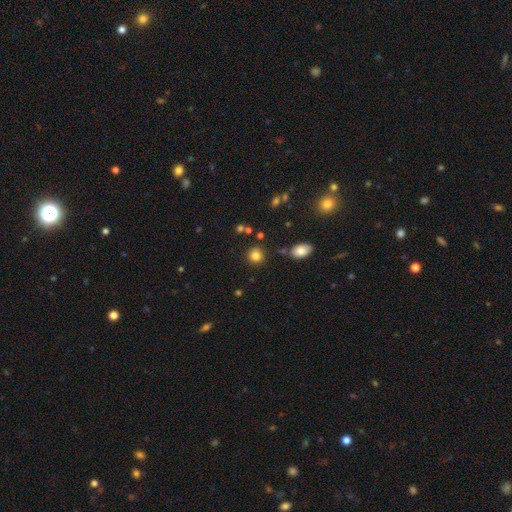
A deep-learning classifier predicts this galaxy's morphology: Smooth or featured? smooth (82%)
How rounded? round (88%)
Merging? none (85%)